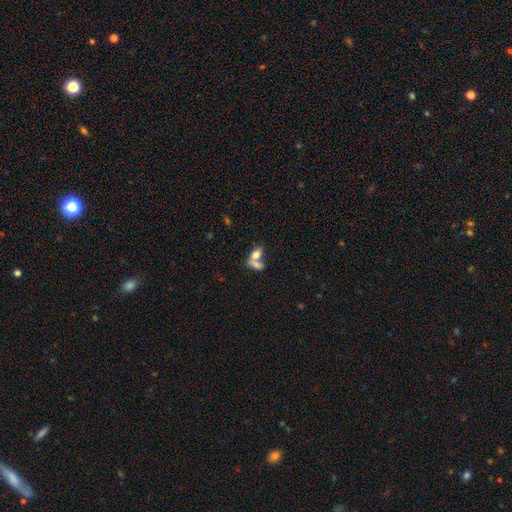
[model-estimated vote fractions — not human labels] Smooth or featured? smooth (73%)
How rounded? in between (79%)
Merging? merger (64%)